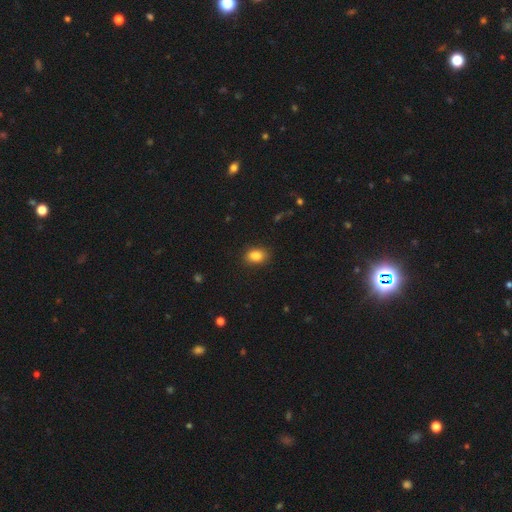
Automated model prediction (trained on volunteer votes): This is clearly a smooth galaxy (85%). How rounded: likely in between (76%). Merging: clearly none (86%).